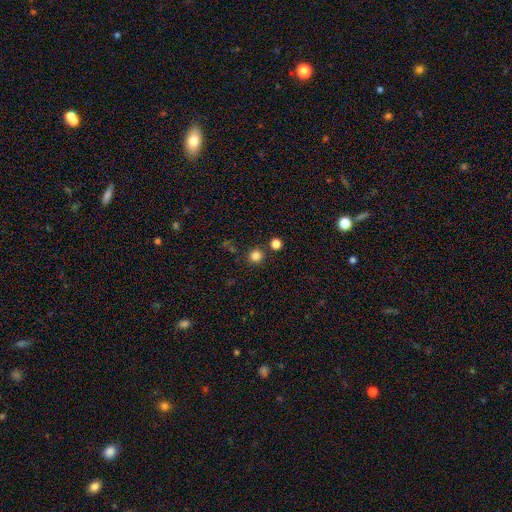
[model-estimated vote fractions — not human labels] The model was most divided on "smooth or featured": smooth: 83%, star or artifact: 14%, featured or disk: 4%. More confident: how rounded — round (95%); merging — none (85%).